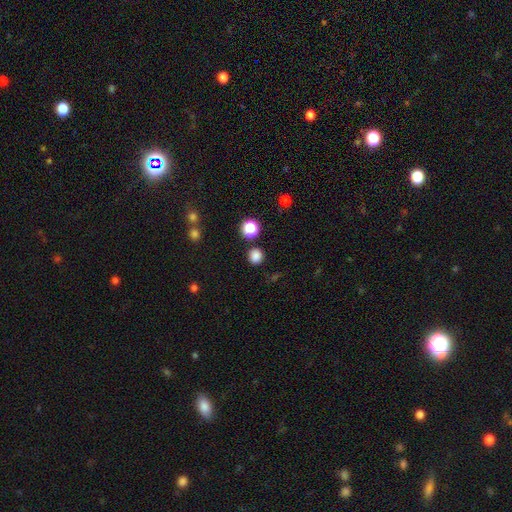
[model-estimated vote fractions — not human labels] The model was most divided on "smooth or featured": smooth: 83%, star or artifact: 14%, featured or disk: 4%. More confident: how rounded — round (87%); merging — none (87%).